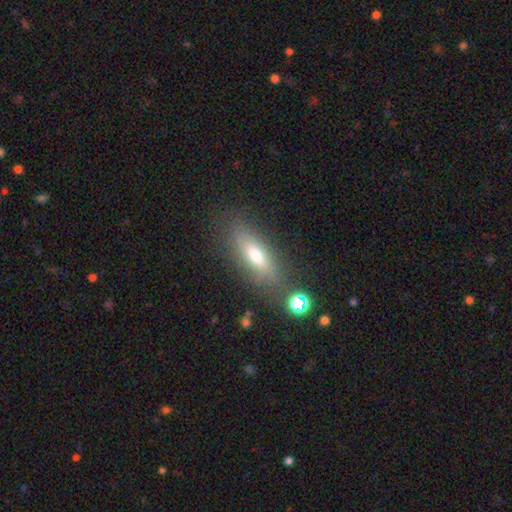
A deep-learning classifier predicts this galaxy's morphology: Smooth or featured?
  - smooth: 61% *
  - featured or disk: 29%
  - star or artifact: 10%
How rounded?
  - in between: 52% *
  - cigar-shaped: 44%
  - round: 3%
Merging?
  - none: 77% *
  - minor disturbance: 14%
  - major disturbance: 5%
  - merger: 4%